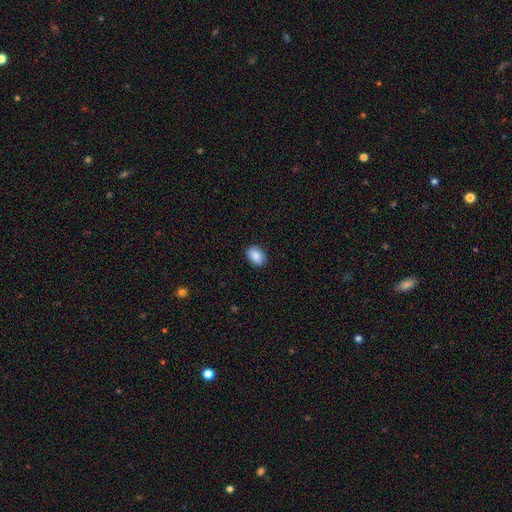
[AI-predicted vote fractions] A smooth galaxy with no disk features (88%) that is in between round and cigar-shaped (82%).

Vote fractions:
- Smooth or featured? smooth: 88% / star or artifact: 7% / featured or disk: 5%
- How rounded? in between: 82% / round: 17% / cigar-shaped: 1%
- Merging? none: 89% / minor disturbance: 9% / major disturbance: 2% / merger: 1%